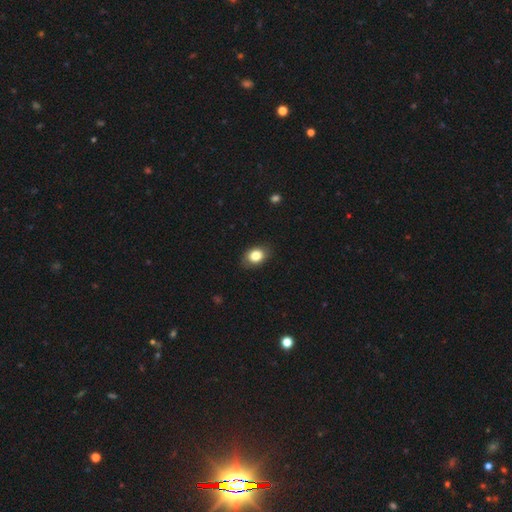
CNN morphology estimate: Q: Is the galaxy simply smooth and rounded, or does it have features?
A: smooth — 83%.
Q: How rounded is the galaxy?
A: in between — 69%.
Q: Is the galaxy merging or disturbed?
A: none — 85%.